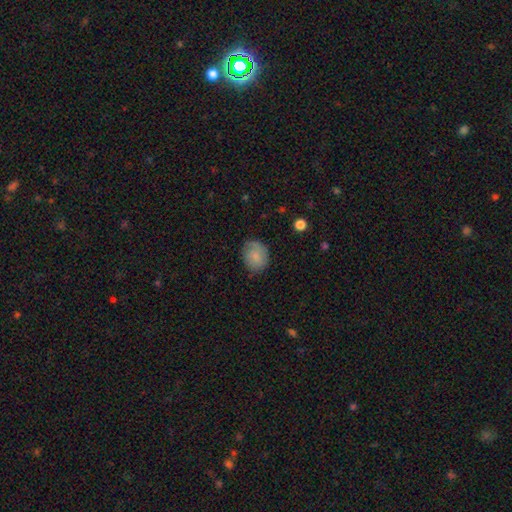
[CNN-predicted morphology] smooth-or-featured: smooth: 77% | featured or disk: 15% | star or artifact: 8%
  how-rounded: round: 54% | in between: 45% | cigar-shaped: 1%
  merging: none: 70% | minor disturbance: 23% | major disturbance: 6% | merger: 1%